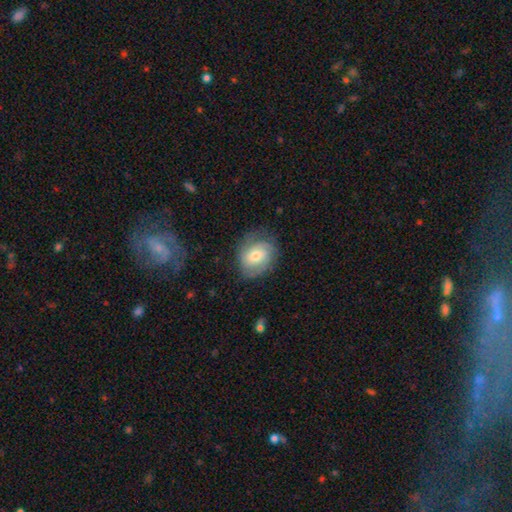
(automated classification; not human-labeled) A featured or disk galaxy (60%) with no bar (54%), 2 (43%) tight (49%) spiral arms (87%) and a moderate central bulge (64%).

Vote fractions:
- Smooth or featured? featured or disk: 60% / smooth: 33% / star or artifact: 7%
- Edge-on disk? no: 97% / yes: 3%
- Bar? no: 54% / weak: 38% / strong: 8%
- Spiral arms? yes: 87% / no: 13%
- Spiral winding? tight: 49% / medium: 37% / loose: 14%
- Spiral arm count? 2: 43% / can't tell: 28% / 3: 17% / 1: 6% / 4: 4% / more than 4: 3%
- Bulge size? moderate: 64% / small: 27% / large: 7% / none: 1% / dominant: 1%
- Merging? none: 70% / minor disturbance: 21% / major disturbance: 8% / merger: 1%